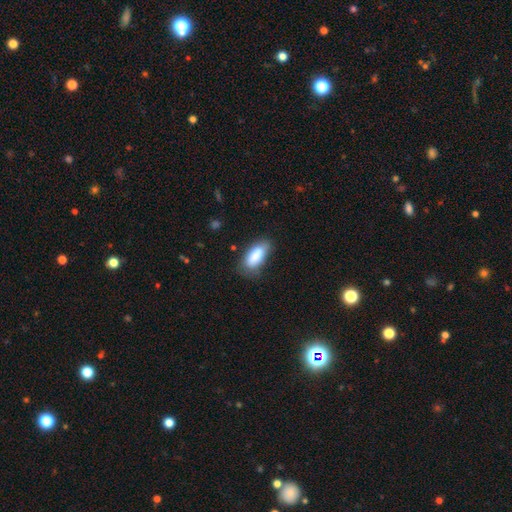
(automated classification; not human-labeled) Smooth or featured: smooth — 84% (featured or disk — 9%)
How rounded: in between — 83% (cigar-shaped — 15%)
Merging: none — 70% (minor disturbance — 22%)